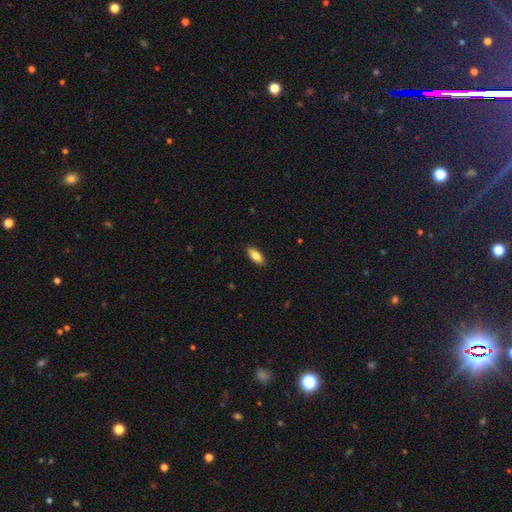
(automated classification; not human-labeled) Morphology: type=smooth (79%); roundness=in between (77%); merging=none (90%).